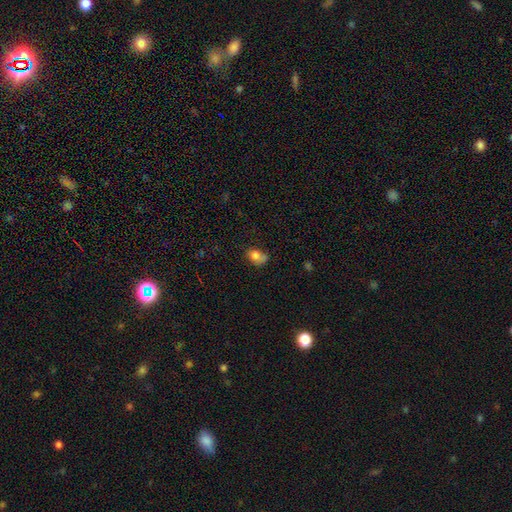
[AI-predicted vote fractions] Smooth or featured? smooth (78%)
How rounded? in between (67%)
Merging? none (41%)